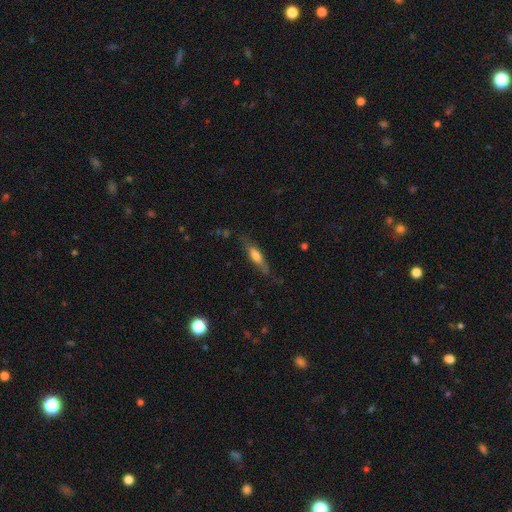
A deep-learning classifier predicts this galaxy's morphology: This appears to be a smooth galaxy with no disk features (55%) that is cigar-shaped (69%). Merging: none (71%).